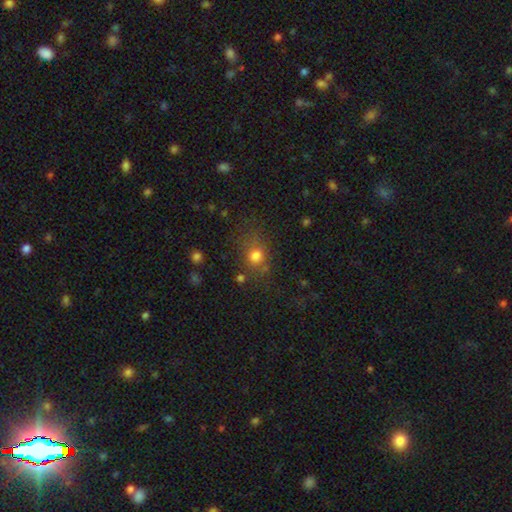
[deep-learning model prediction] A smooth galaxy with no disk features (76%) that is round (67%). Merging: none (69%).